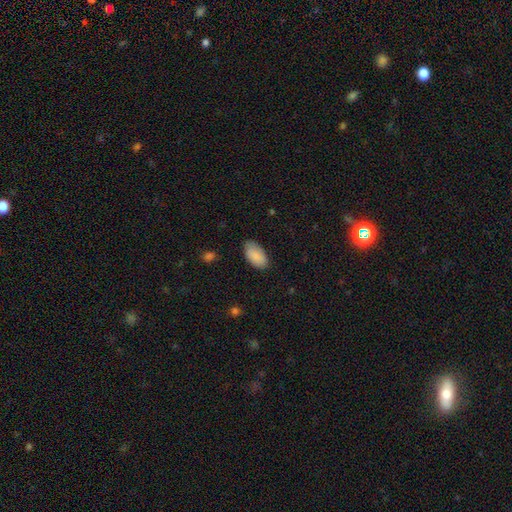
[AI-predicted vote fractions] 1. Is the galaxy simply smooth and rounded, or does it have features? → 89% smooth, 6% star or artifact, 6% featured or disk.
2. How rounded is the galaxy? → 95% in between, 3% round, 2% cigar-shaped.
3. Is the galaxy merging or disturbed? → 80% none, 16% minor disturbance, 3% major disturbance, 1% merger.